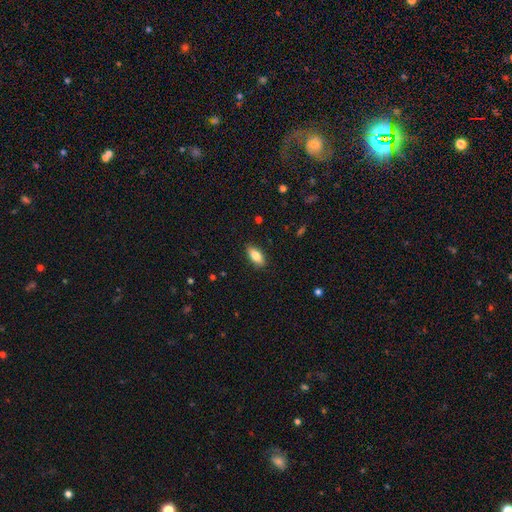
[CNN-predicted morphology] smooth-or-featured: smooth: 78% | featured or disk: 15% | star or artifact: 7%
  how-rounded: in between: 82% | cigar-shaped: 15% | round: 3%
  merging: none: 88% | minor disturbance: 9% | major disturbance: 2% | merger: 1%